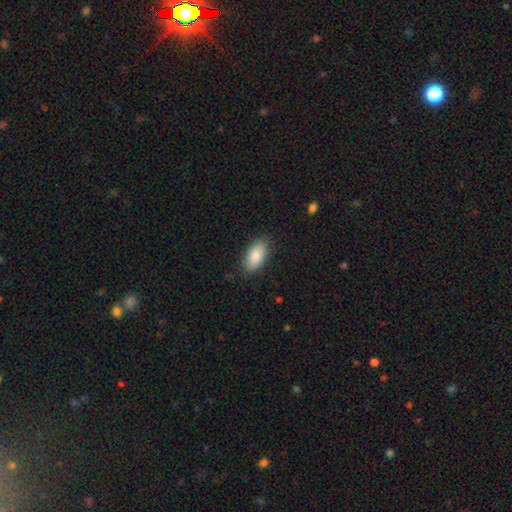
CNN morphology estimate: smooth-or-featured: smooth: 87% | featured or disk: 7% | star or artifact: 6%
  how-rounded: in between: 93% | cigar-shaped: 5% | round: 3%
  merging: none: 86% | minor disturbance: 10% | major disturbance: 2% | merger: 1%